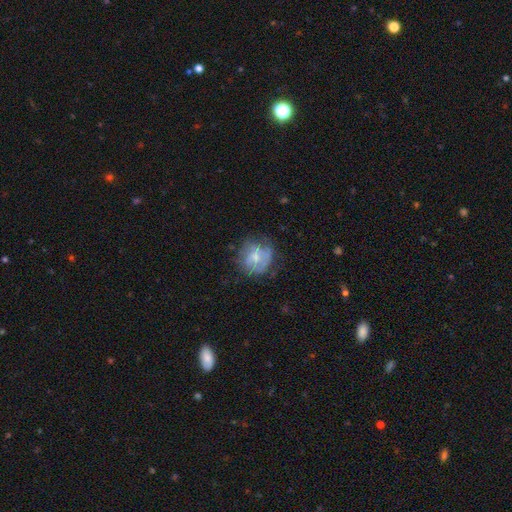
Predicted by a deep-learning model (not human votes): A featured or disk galaxy (49%).

Vote fractions:
- Smooth or featured? featured or disk: 49% / smooth: 43% / star or artifact: 9%
- Merging? none: 59% / minor disturbance: 26% / major disturbance: 13% / merger: 2%